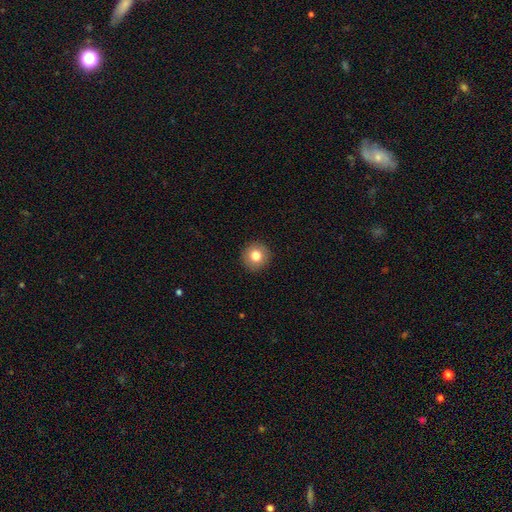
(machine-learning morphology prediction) type=smooth (80%); roundness=round (94%); merging=none (92%).